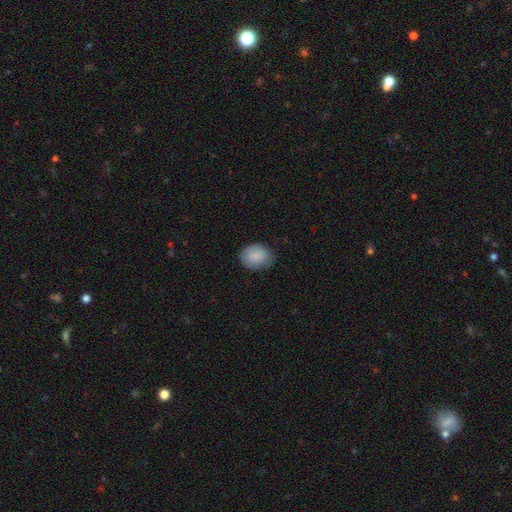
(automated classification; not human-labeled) This is clearly a smooth galaxy (88%). How rounded: possibly in between (52%). Merging: likely none (77%).